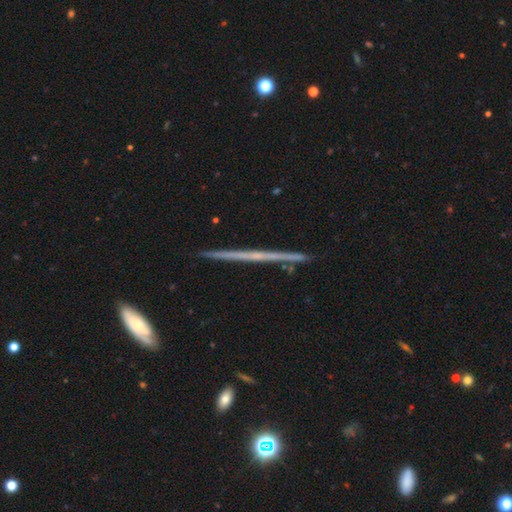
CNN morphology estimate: Smooth or featured? featured or disk (68%)
Edge-on disk? yes (98%)
Edge-on bulge? none (80%)
Merging? none (90%)